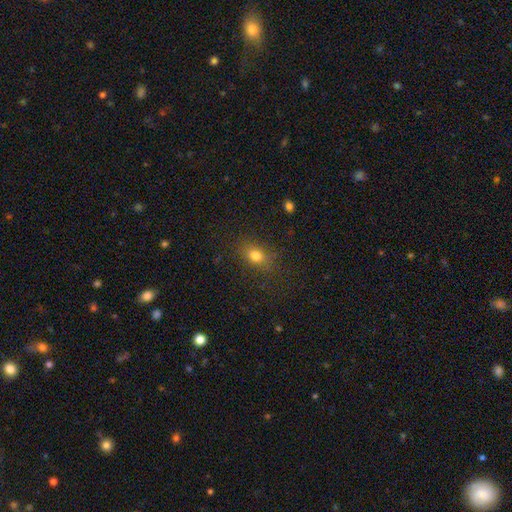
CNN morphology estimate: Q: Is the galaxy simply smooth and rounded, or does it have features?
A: smooth — 78%.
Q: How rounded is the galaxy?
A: in between — 68%.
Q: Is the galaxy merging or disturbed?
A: none — 81%.